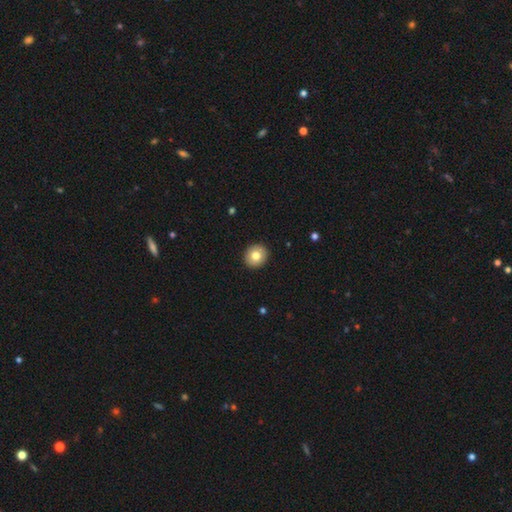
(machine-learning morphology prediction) Smooth or featured: smooth — 79% (featured or disk — 13%)
How rounded: round — 87% (in between — 13%)
Merging: none — 93% (minor disturbance — 5%)